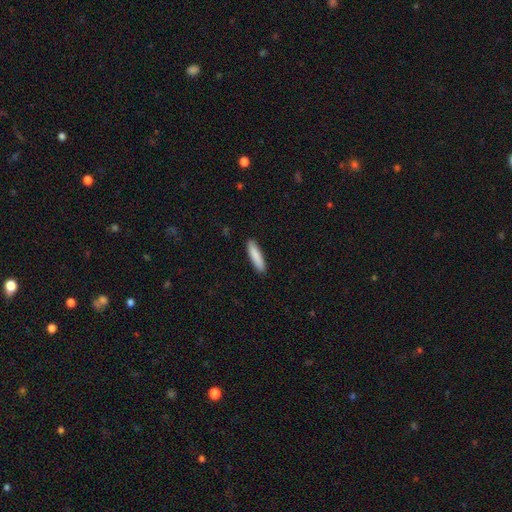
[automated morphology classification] type=smooth (87%); roundness=cigar-shaped (81%); merging=none (91%).